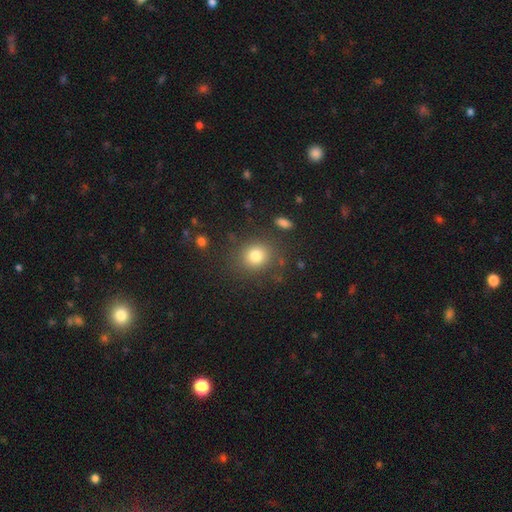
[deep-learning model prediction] Morphology: type=smooth (81%); roundness=round (78%); merging=none (82%).